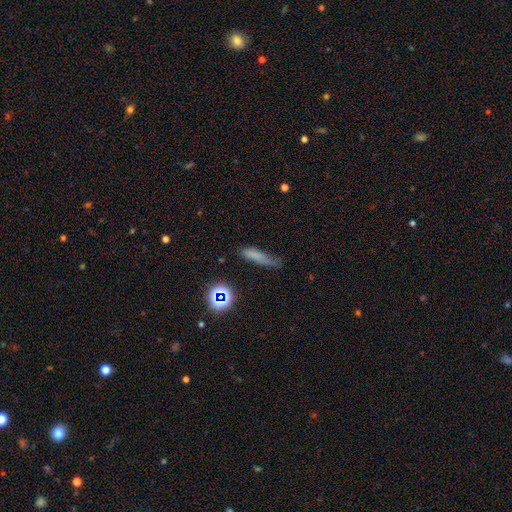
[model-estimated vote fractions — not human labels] smooth 67%, star or artifact 18%, featured or disk 16%. Down the decision tree: how rounded — cigar-shaped (74%); merging — none (52%).